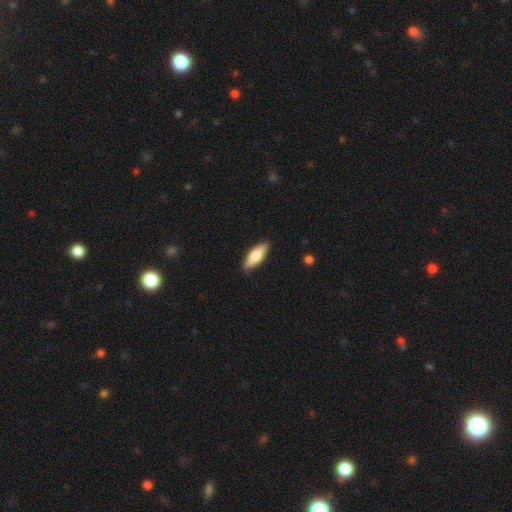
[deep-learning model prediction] Smooth or featured: smooth — 73% (featured or disk — 21%)
How rounded: in between — 52% (cigar-shaped — 46%)
Merging: none — 87% (minor disturbance — 10%)